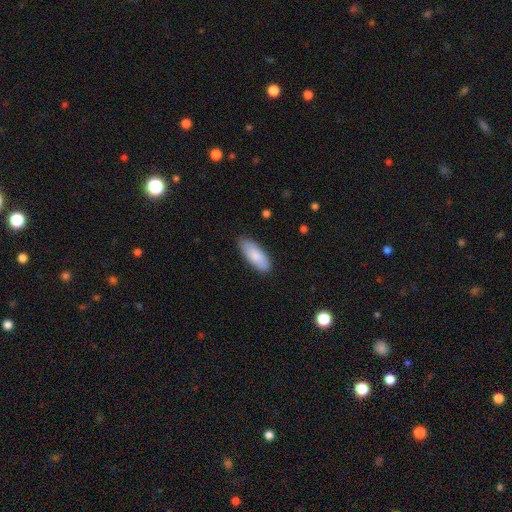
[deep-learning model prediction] smooth 85%, featured or disk 9%, star or artifact 5%. Down the decision tree: how rounded — in between (75%); merging — none (83%).